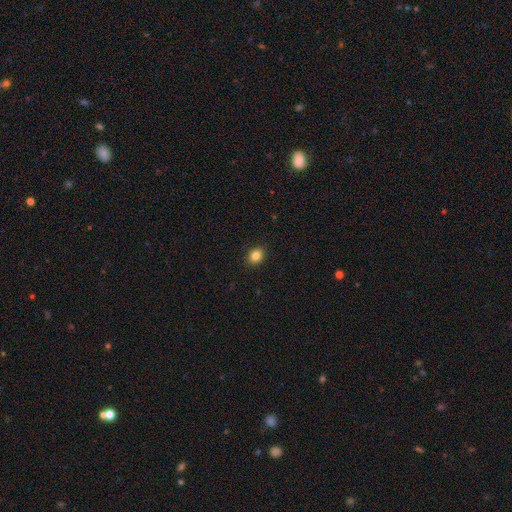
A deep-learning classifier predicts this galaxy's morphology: Q: Smooth or featured?
A: smooth (84%); runner-up: star or artifact (10%)
Q: How rounded?
A: round (52%); runner-up: in between (47%)
Q: Merging?
A: none (90%); runner-up: minor disturbance (7%)